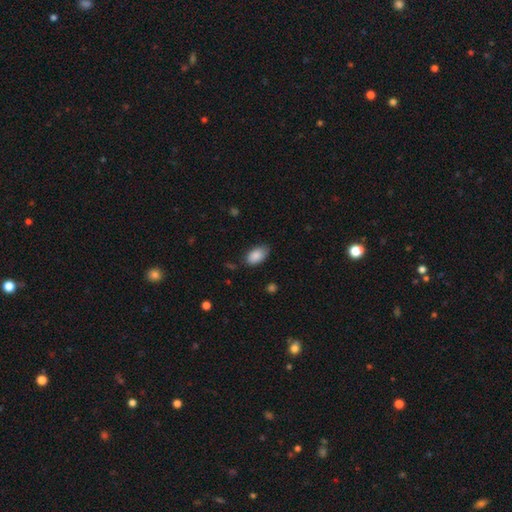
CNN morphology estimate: smooth 87%, star or artifact 7%, featured or disk 6%. Down the decision tree: how rounded — in between (92%); merging — none (75%).